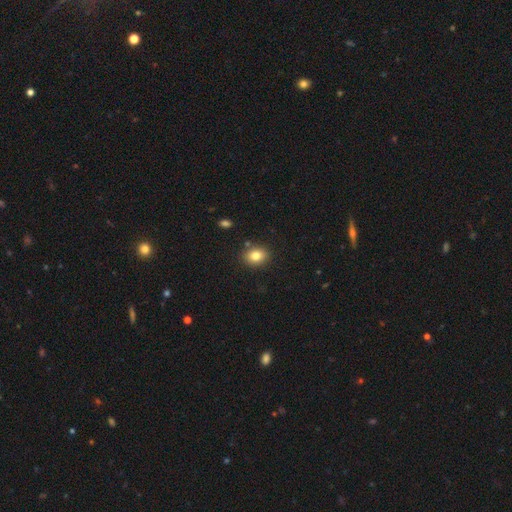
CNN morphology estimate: smooth 81%, star or artifact 10%, featured or disk 8%. Down the decision tree: how rounded — in between (56%); merging — none (85%).